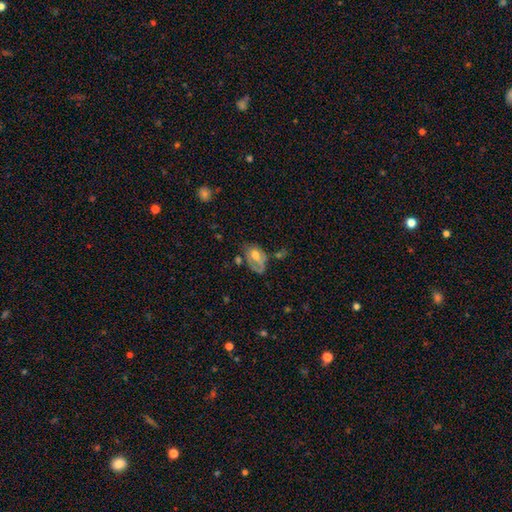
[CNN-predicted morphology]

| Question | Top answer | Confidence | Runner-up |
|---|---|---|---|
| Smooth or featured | smooth | 48% | featured or disk (43%) |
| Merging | none | 36% | minor disturbance (29%) |